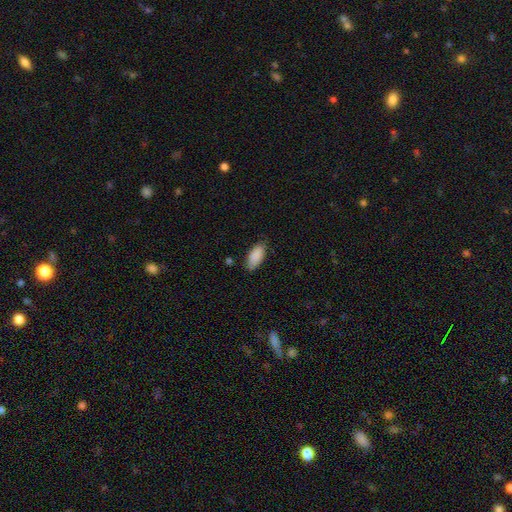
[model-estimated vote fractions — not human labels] Smooth or featured? smooth (89%)
How rounded? in between (89%)
Merging? none (77%)